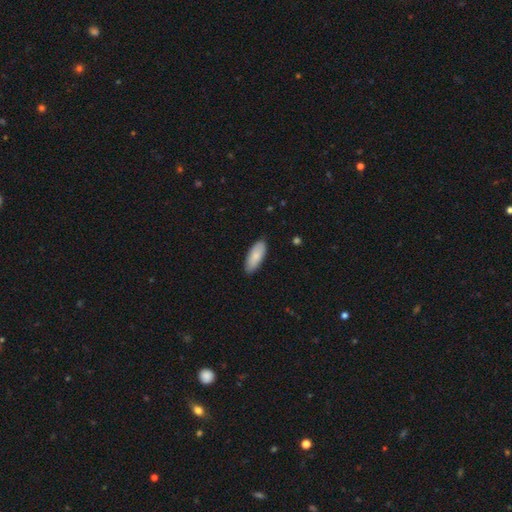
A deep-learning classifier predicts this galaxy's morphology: This appears to be a smooth galaxy with no disk features (84%) that is in between round and cigar-shaped (80%). Merging: none (85%).